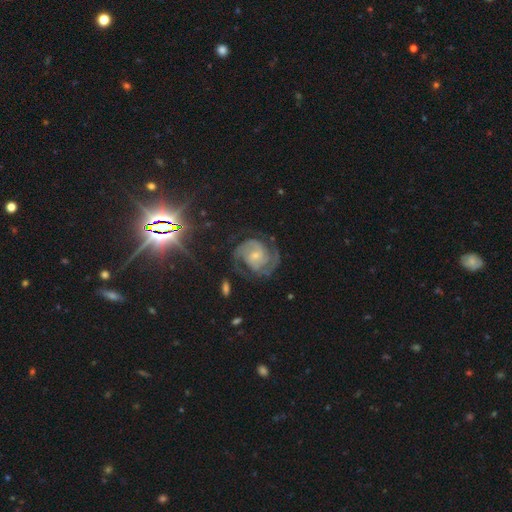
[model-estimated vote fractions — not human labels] Q: Smooth or featured?
A: featured or disk (86%); runner-up: smooth (7%)
Q: Edge-on disk?
A: no (98%); runner-up: yes (2%)
Q: Bar?
A: no (63%); runner-up: weak (30%)
Q: Spiral arms?
A: yes (97%); runner-up: no (3%)
Q: Spiral winding?
A: tight (50%); runner-up: medium (41%)
Q: Spiral arm count?
A: 2 (53%); runner-up: 3 (19%)
Q: Bulge size?
A: small (68%); runner-up: moderate (24%)
Q: Merging?
A: none (68%); runner-up: minor disturbance (18%)